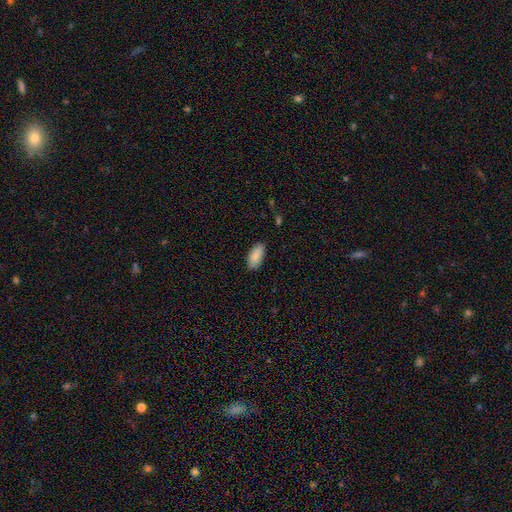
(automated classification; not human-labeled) The model was most divided on "merging": none: 86%, minor disturbance: 11%, major disturbance: 2%, merger: 1%. More confident: how rounded — in between (91%); smooth or featured — smooth (88%).